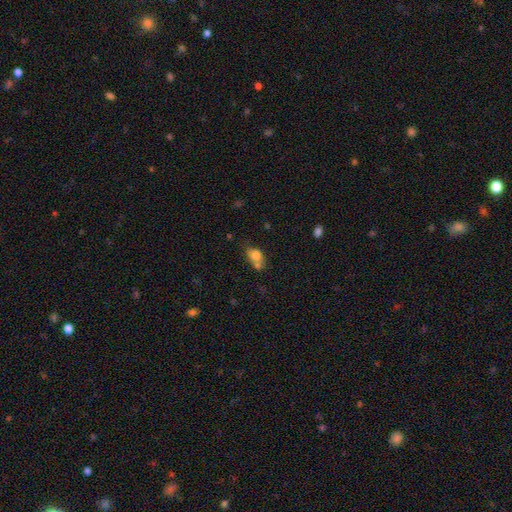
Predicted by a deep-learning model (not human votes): A smooth galaxy with no disk features (77%) that is in between round and cigar-shaped (65%).

Vote fractions:
- Smooth or featured? smooth: 77% / featured or disk: 12% / star or artifact: 10%
- How rounded? in between: 65% / round: 33% / cigar-shaped: 2%
- Merging? merger: 41% / none: 37% / minor disturbance: 16% / major disturbance: 6%